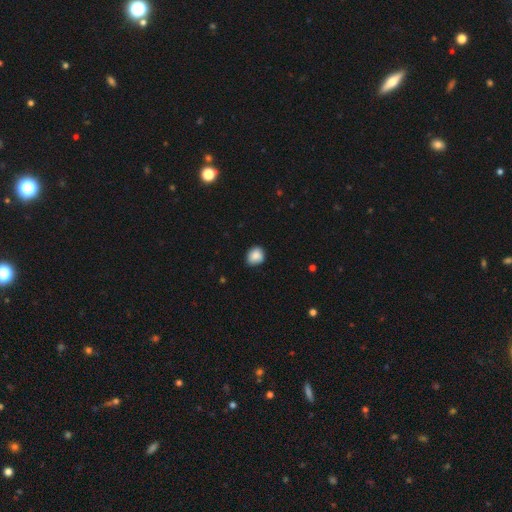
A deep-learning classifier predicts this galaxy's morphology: A smooth galaxy with no disk features (87%) that is round (67%).

Vote fractions:
- Smooth or featured? smooth: 87% / star or artifact: 8% / featured or disk: 5%
- How rounded? round: 67% / in between: 32% / cigar-shaped: 1%
- Merging? none: 79% / minor disturbance: 17% / major disturbance: 3% / merger: 1%